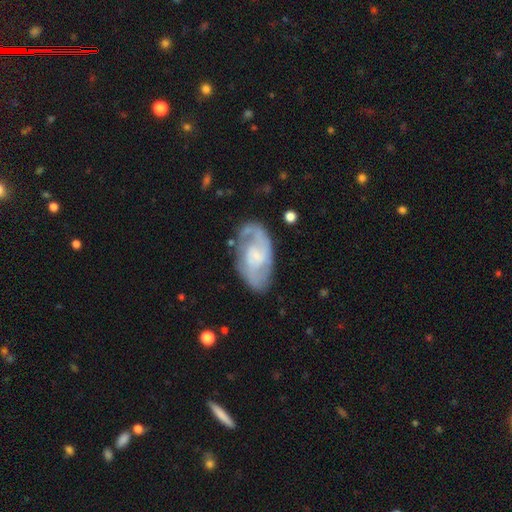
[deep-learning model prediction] Smooth or featured? featured or disk (78%)
Edge-on disk? no (96%)
Bar? no (47%)
Spiral arms? yes (91%)
Spiral winding? medium (48%)
Spiral arm count? 2 (76%)
Bulge size? small (39%)
Merging? none (72%)